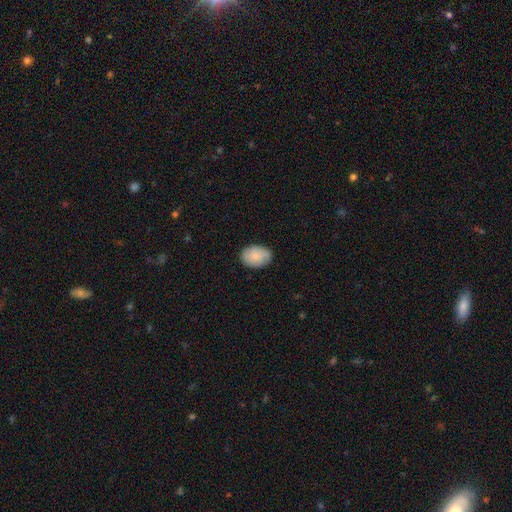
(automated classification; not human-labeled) smooth 74%, featured or disk 19%, star or artifact 6%. Down the decision tree: how rounded — in between (78%); merging — none (80%).